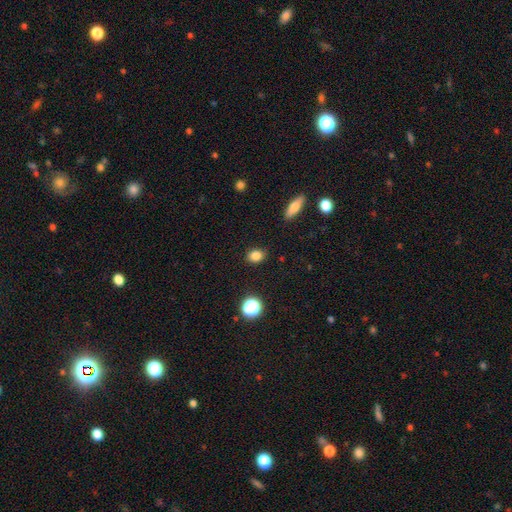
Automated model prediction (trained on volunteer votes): smooth 83%, star or artifact 11%, featured or disk 5%. Down the decision tree: how rounded — round (50%); merging — none (87%).